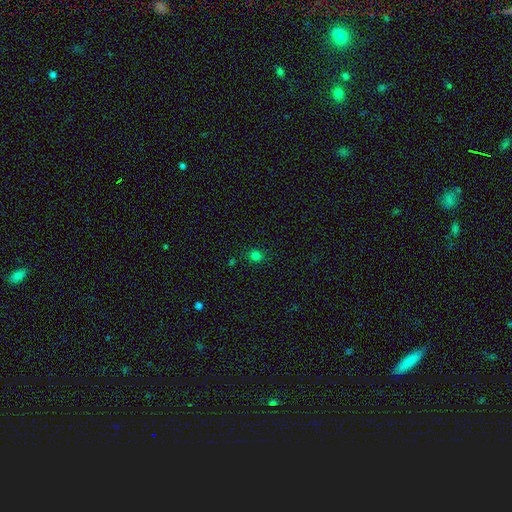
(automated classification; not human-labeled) Q: Smooth or featured?
A: smooth (77%); runner-up: star or artifact (18%)
Q: How rounded?
A: round (84%); runner-up: in between (15%)
Q: Merging?
A: none (87%); runner-up: minor disturbance (8%)